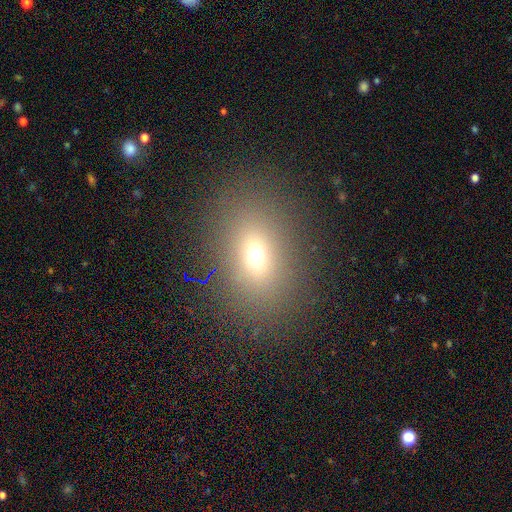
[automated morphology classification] Overall: smooth (66%). How rounded: in between (68%; round 30%). Merging: none (85%).